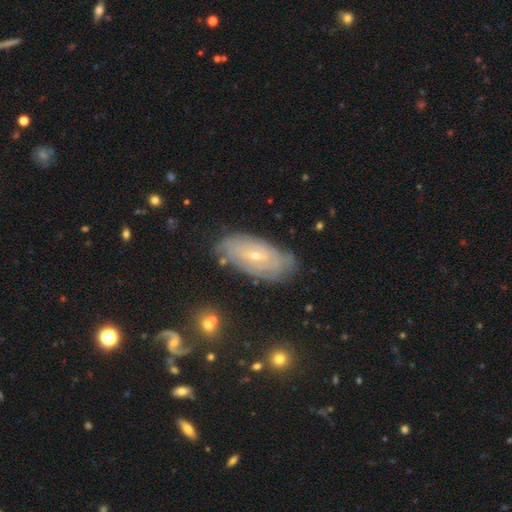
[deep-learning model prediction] A featured or disk galaxy (72%) with a weak bar (46%), tight (74%) spiral arms (82%) and a small central bulge (72%).

Vote fractions:
- Smooth or featured? featured or disk: 72% / smooth: 20% / star or artifact: 8%
- Edge-on disk? no: 90% / yes: 10%
- Bar? weak: 46% / no: 41% / strong: 13%
- Spiral arms? yes: 82% / no: 18%
- Spiral winding? tight: 74% / medium: 19% / loose: 7%
- Spiral arm count? can't tell: 61% / 2: 17% / 3: 7% / 4: 6% / more than 4: 4% / 1: 4%
- Bulge size? small: 72% / moderate: 25% / none: 1% / large: 1% / dominant: 1%
- Merging? none: 76% / minor disturbance: 18% / major disturbance: 4% / merger: 2%